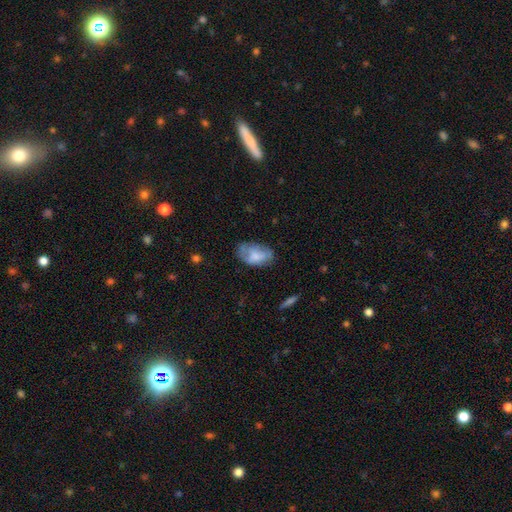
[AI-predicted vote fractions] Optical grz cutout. It shows a smooth galaxy with no disk features (67%) that is in between round and cigar-shaped (92%). Merging: none (52%).